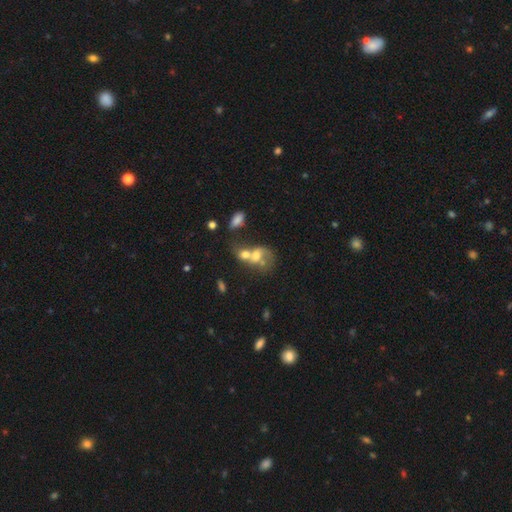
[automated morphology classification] A smooth galaxy with no disk features (48%).

Vote fractions:
- Smooth or featured? smooth: 48% / featured or disk: 41% / star or artifact: 12%
- Merging? merger: 74% / major disturbance: 10% / none: 10% / minor disturbance: 6%